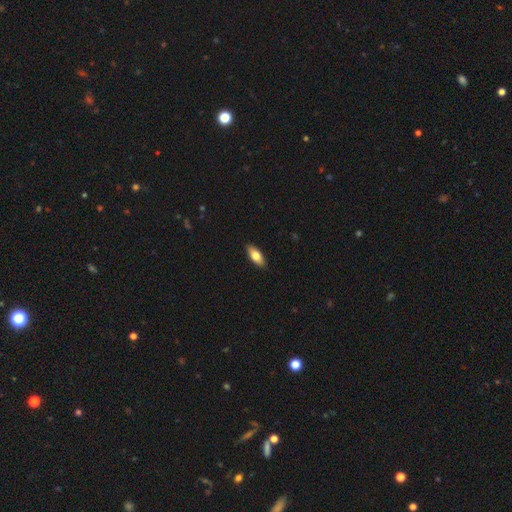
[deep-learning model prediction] Smooth or featured? Predicted: smooth (p=0.77). How rounded? Predicted: in between (p=0.81). Merging? Predicted: none (p=0.90).